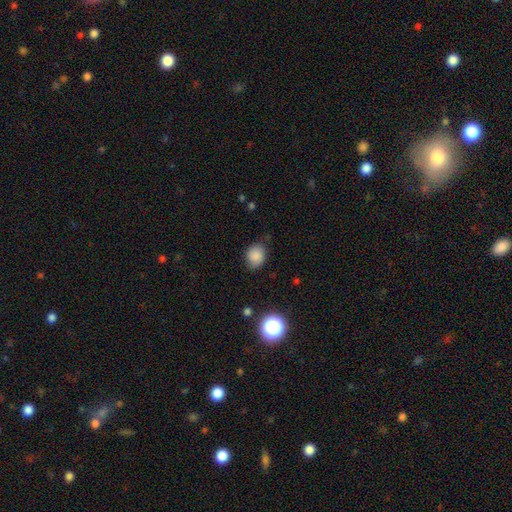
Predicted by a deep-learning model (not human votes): The model was most divided on "how rounded": round: 58%, in between: 41%, cigar-shaped: 1%. More confident: smooth or featured — smooth (85%); merging — none (77%).